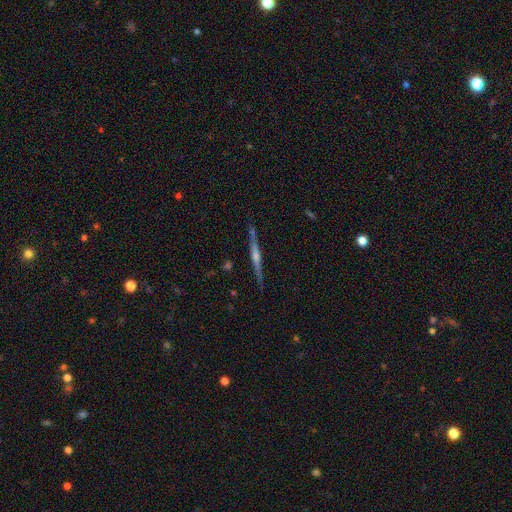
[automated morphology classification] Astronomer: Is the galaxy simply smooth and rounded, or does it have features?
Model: featured or disk — 79%.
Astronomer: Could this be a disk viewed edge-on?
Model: yes — 98%.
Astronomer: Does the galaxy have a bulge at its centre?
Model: rounded — 71%.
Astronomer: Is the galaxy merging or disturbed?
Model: none — 88%.